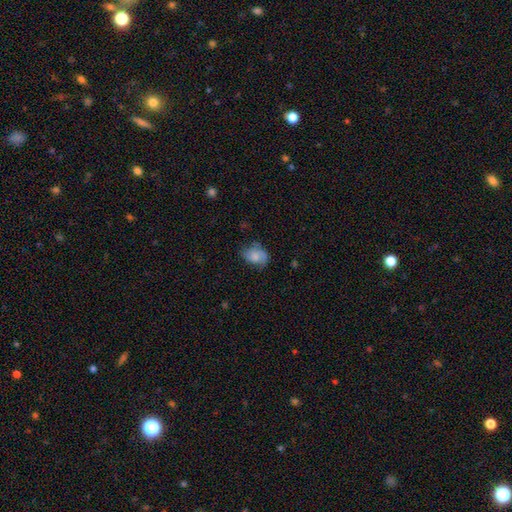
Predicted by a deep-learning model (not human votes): smooth_or_featured: smooth (p=0.70) [alt: featured or disk p=0.22]
how_rounded: in between (p=0.71) [alt: round p=0.28]
merging: none (p=0.53) [alt: minor disturbance p=0.32]